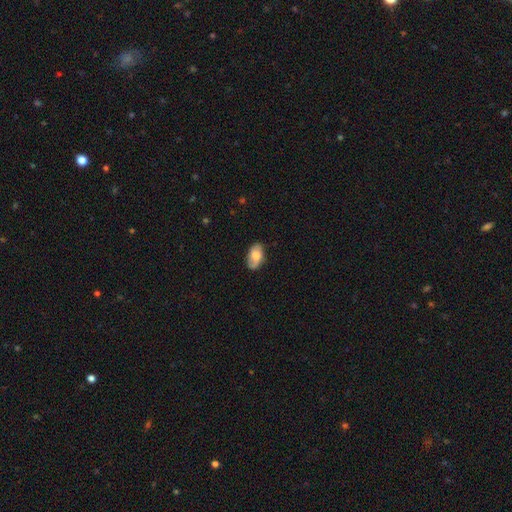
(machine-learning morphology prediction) This appears to be a smooth galaxy with no disk features (64%) that is in between round and cigar-shaped (92%). Merging: none (75%).